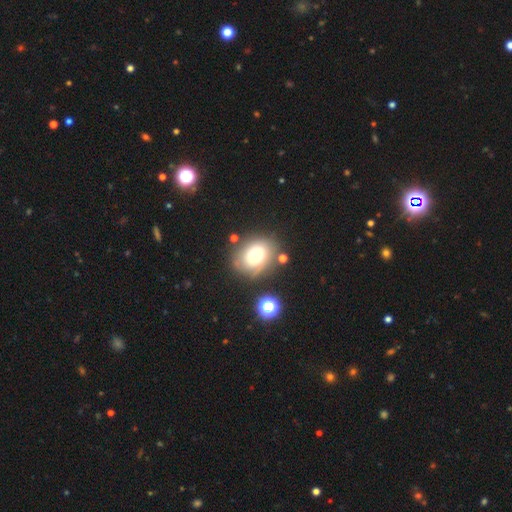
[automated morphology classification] smooth_or_featured: smooth (p=0.68) [alt: featured or disk p=0.19]
how_rounded: in between (p=0.51) [alt: round p=0.48]
merging: none (p=0.71) [alt: minor disturbance p=0.16]